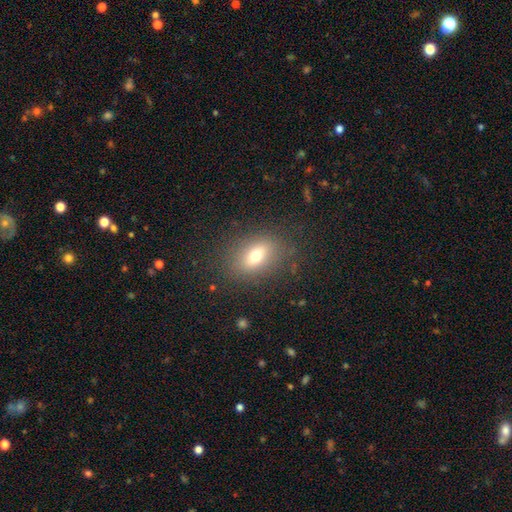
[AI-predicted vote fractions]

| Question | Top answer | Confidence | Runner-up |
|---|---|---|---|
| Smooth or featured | smooth | 68% | featured or disk (19%) |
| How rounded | in between | 73% | round (24%) |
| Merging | none | 82% | minor disturbance (11%) |